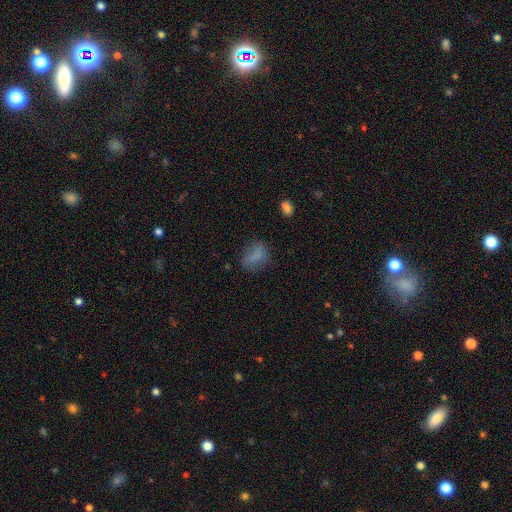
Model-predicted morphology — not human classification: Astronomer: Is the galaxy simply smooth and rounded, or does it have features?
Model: smooth — 73%.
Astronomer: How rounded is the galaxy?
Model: in between — 61% (runner-up: round, 36%).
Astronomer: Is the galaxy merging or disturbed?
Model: none — 61%.